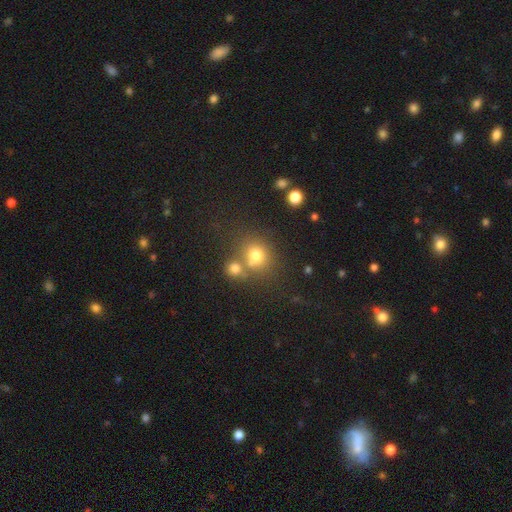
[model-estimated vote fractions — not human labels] This is likely a smooth galaxy (73%). How rounded: likely round (80%). Merging: possibly none (52%).